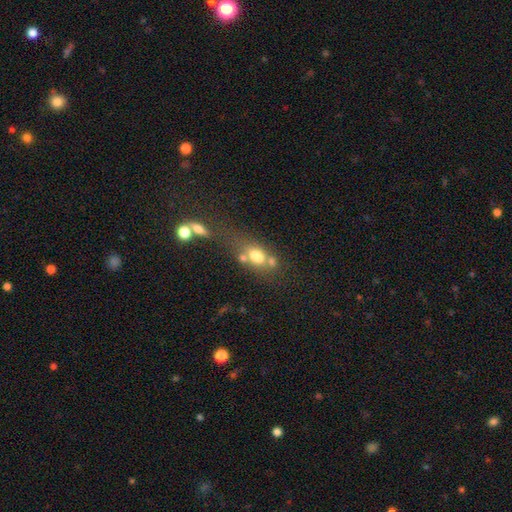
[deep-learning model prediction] A smooth galaxy with no disk features (68%) that is in between round and cigar-shaped (65%).

Vote fractions:
- Smooth or featured? smooth: 68% / featured or disk: 20% / star or artifact: 13%
- How rounded? in between: 65% / round: 28% / cigar-shaped: 7%
- Merging? merger: 39% / none: 35% / minor disturbance: 15% / major disturbance: 12%